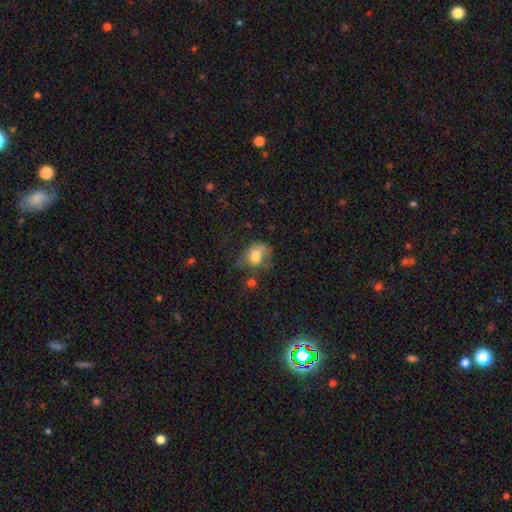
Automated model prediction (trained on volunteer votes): Overall: smooth (66%). How rounded: in between (64%; round 35%). Merging: none (35%; minor disturbance 29%).